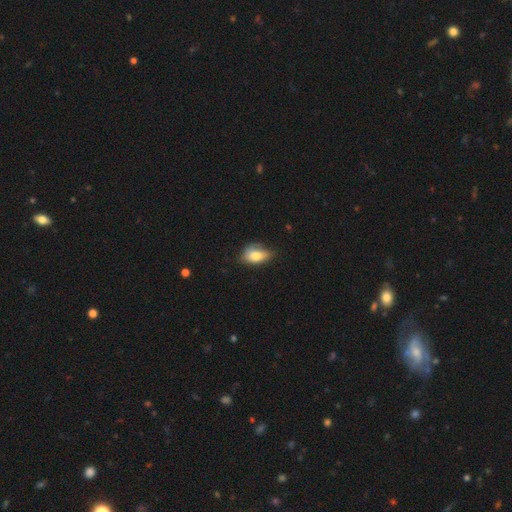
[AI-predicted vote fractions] Smooth or featured? smooth (77%)
How rounded? in between (84%)
Merging? none (48%)